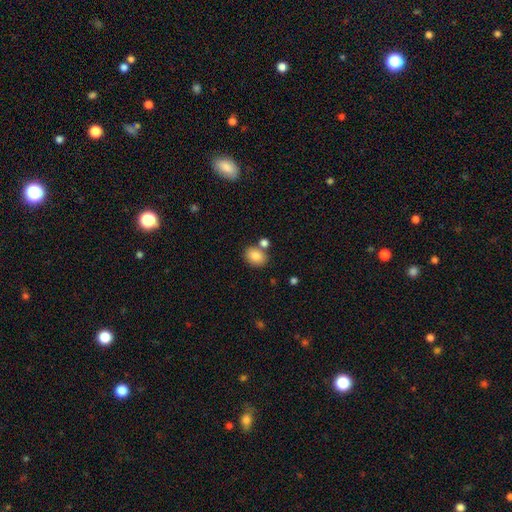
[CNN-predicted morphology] The model was most divided on "how rounded": in between: 61%, round: 38%, cigar-shaped: 1%. More confident: smooth or featured — smooth (85%); merging — none (69%).